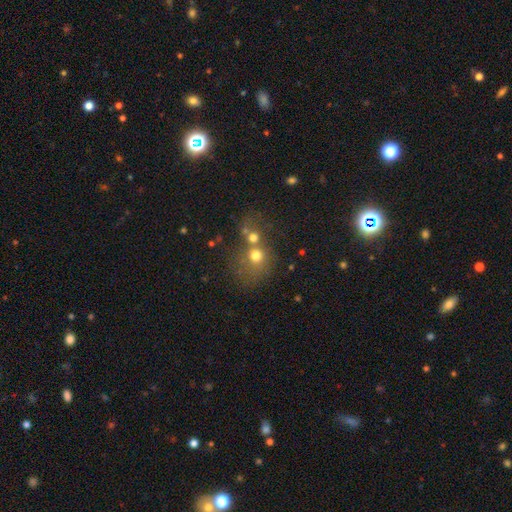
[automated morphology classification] smooth_or_featured: smooth (p=0.65) [alt: featured or disk p=0.18]
how_rounded: round (p=0.77) [alt: in between p=0.22]
merging: merger (p=0.48) [alt: none p=0.34]